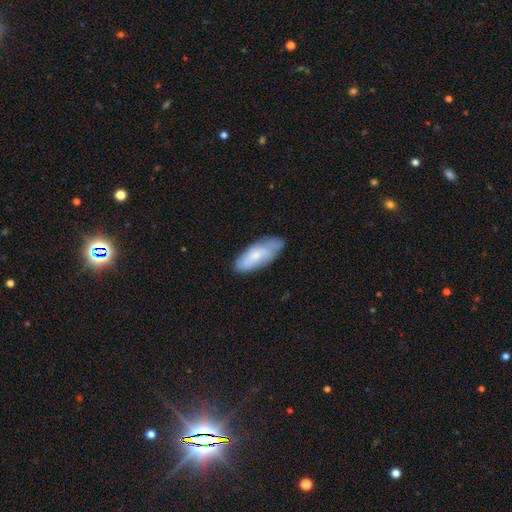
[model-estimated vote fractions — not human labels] Smooth or featured? smooth (67%)
How rounded? in between (76%)
Merging? none (67%)